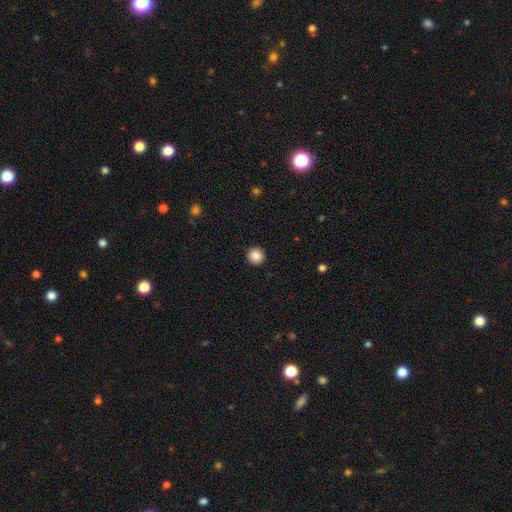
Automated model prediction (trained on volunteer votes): The model was most divided on "smooth or featured": smooth: 88%, star or artifact: 9%, featured or disk: 3%. More confident: how rounded — round (96%); merging — none (93%).